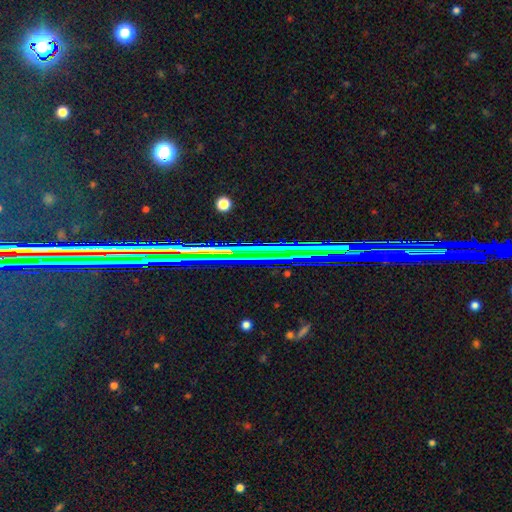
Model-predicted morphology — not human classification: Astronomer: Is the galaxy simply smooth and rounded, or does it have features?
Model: star or artifact — 74%.